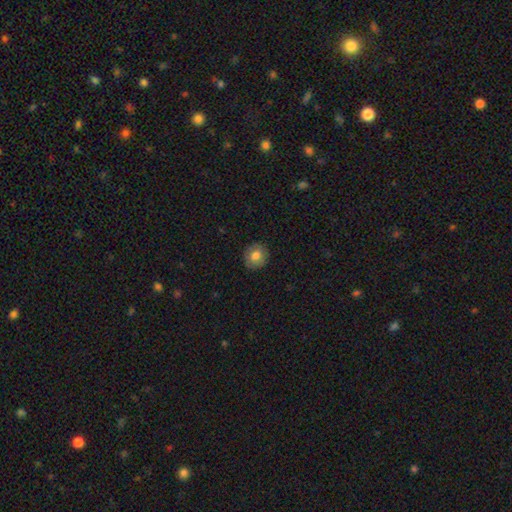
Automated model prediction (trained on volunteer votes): Smooth or featured?
  - smooth: 79% *
  - featured or disk: 12%
  - star or artifact: 9%
How rounded?
  - round: 86% *
  - in between: 13%
  - cigar-shaped: 1%
Merging?
  - none: 88% *
  - minor disturbance: 9%
  - major disturbance: 2%
  - merger: 1%